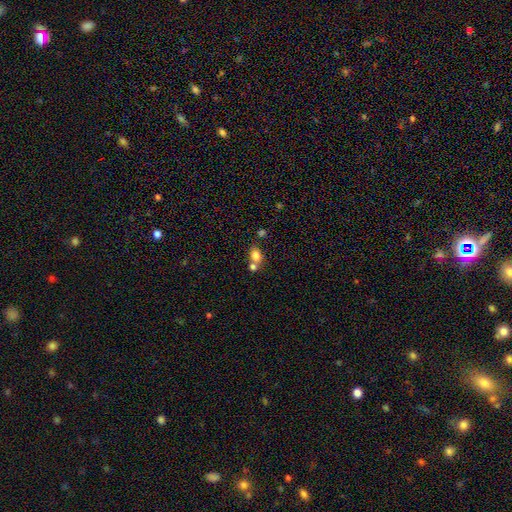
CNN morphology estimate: This is likely a smooth galaxy (78%). How rounded: possibly in between (59%). Merging: possibly merger (46%).